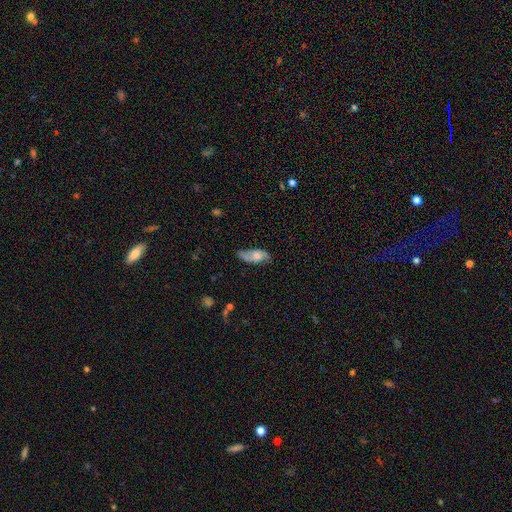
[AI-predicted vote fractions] smooth 50%, featured or disk 43%, star or artifact 7%. Down the decision tree: merging — none (61%).